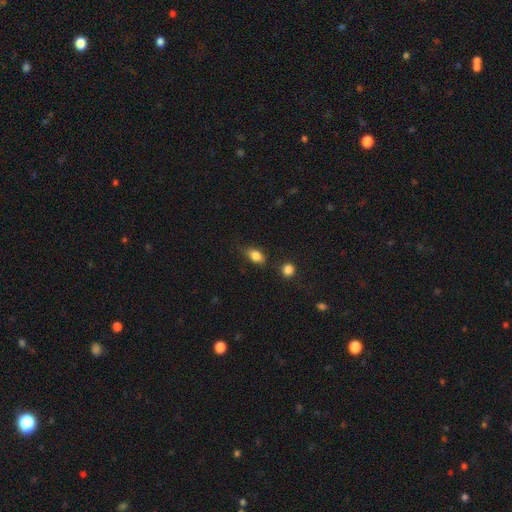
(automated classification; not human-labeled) A smooth galaxy with no disk features (83%) that is in between round and cigar-shaped (84%).

Vote fractions:
- Smooth or featured? smooth: 83% / star or artifact: 9% / featured or disk: 8%
- How rounded? in between: 84% / round: 11% / cigar-shaped: 5%
- Merging? none: 74% / minor disturbance: 18% / major disturbance: 4% / merger: 4%